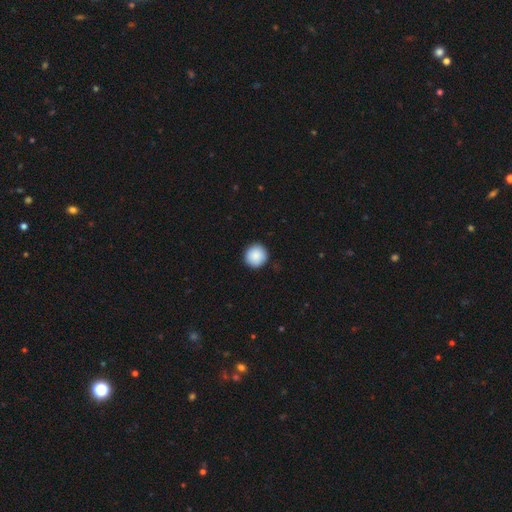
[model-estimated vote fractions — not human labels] Smooth or featured? Predicted: smooth (p=0.89). How rounded? Predicted: round (p=0.95). Merging? Predicted: none (p=0.92).